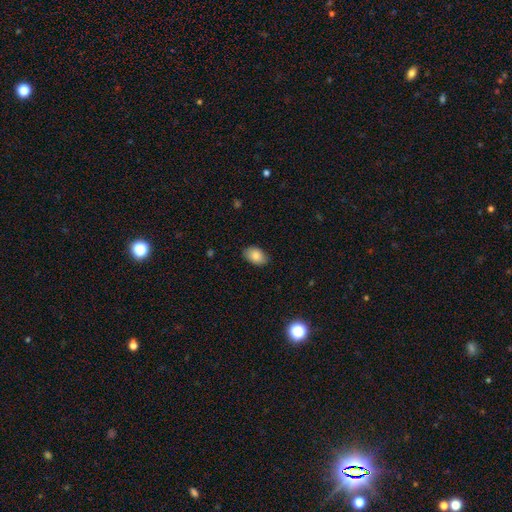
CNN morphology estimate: Q: Smooth or featured?
A: smooth (85%); runner-up: featured or disk (8%)
Q: How rounded?
A: in between (88%); runner-up: round (11%)
Q: Merging?
A: none (84%); runner-up: minor disturbance (12%)